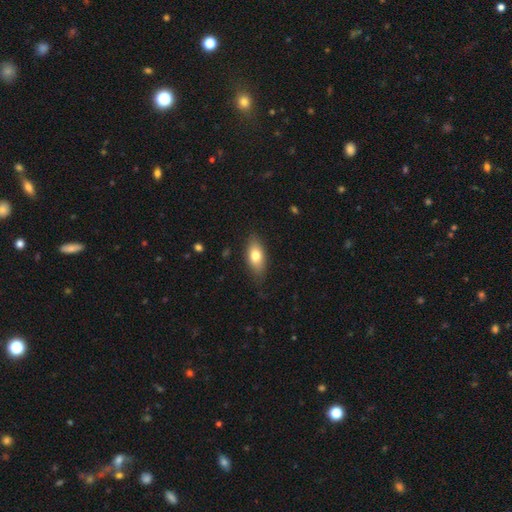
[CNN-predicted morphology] Q: Smooth or featured?
A: smooth (74%); runner-up: featured or disk (19%)
Q: How rounded?
A: in between (83%); runner-up: cigar-shaped (11%)
Q: Merging?
A: none (79%); runner-up: minor disturbance (16%)